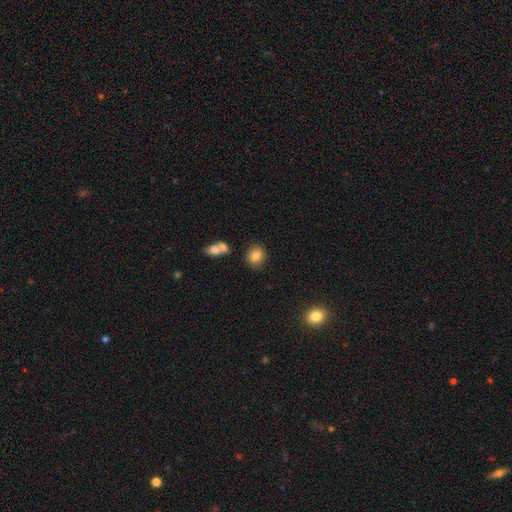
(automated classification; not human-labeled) Overall: smooth (82%). How rounded: round (70%). Merging: none (80%).